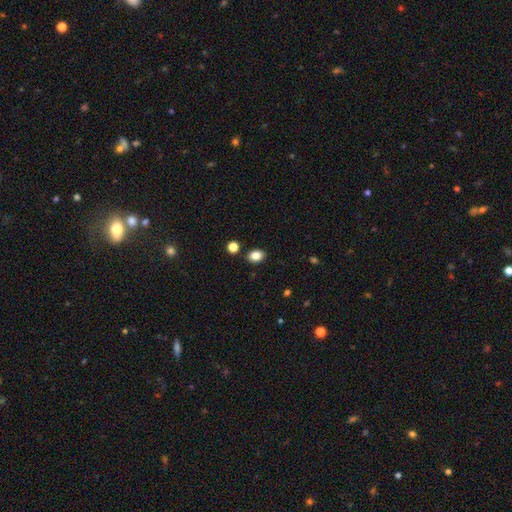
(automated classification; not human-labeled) Smooth or featured: smooth — 85% (star or artifact — 10%)
How rounded: in between — 67% (round — 32%)
Merging: none — 87% (minor disturbance — 8%)